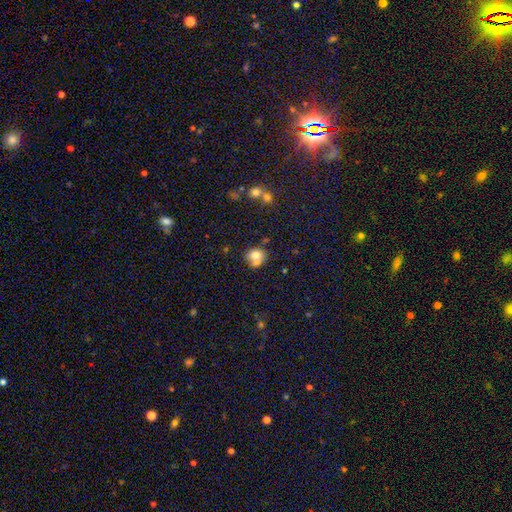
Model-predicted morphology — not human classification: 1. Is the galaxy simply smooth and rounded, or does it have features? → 73% smooth, 15% featured or disk, 11% star or artifact.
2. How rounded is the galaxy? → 68% round, 31% in between, 1% cigar-shaped.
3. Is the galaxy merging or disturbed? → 44% none, 36% merger, 15% minor disturbance, 5% major disturbance.